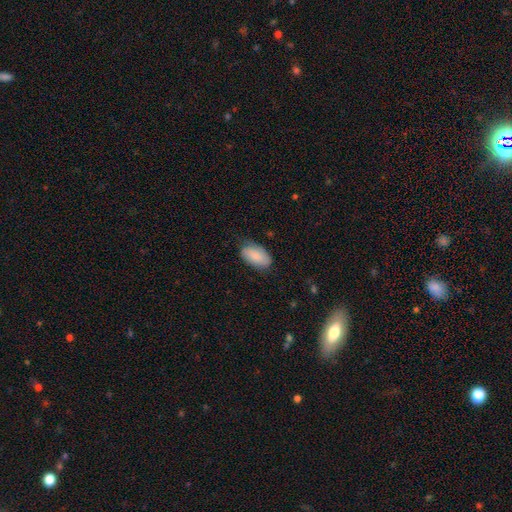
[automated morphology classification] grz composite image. It shows a smooth galaxy with no disk features (84%) that is in between round and cigar-shaped (95%). Merging: none (71%).